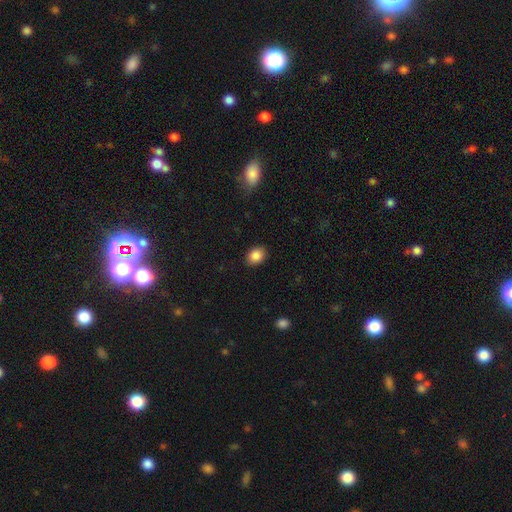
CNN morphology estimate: Overall: smooth (87%). How rounded: in between (60%; round 39%). Merging: none (89%).